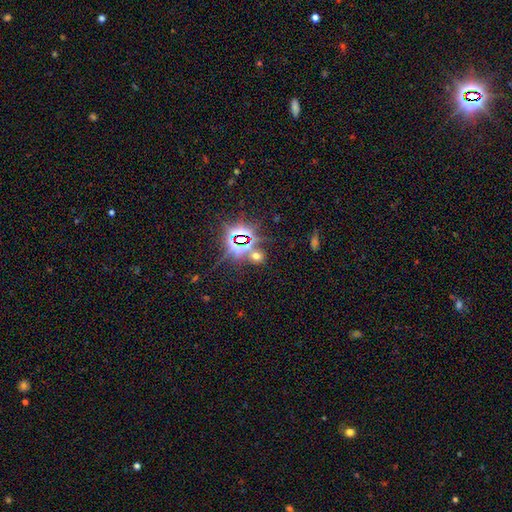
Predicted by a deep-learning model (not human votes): Smooth or featured?
  - star or artifact: 57% *
  - smooth: 35%
  - featured or disk: 8%